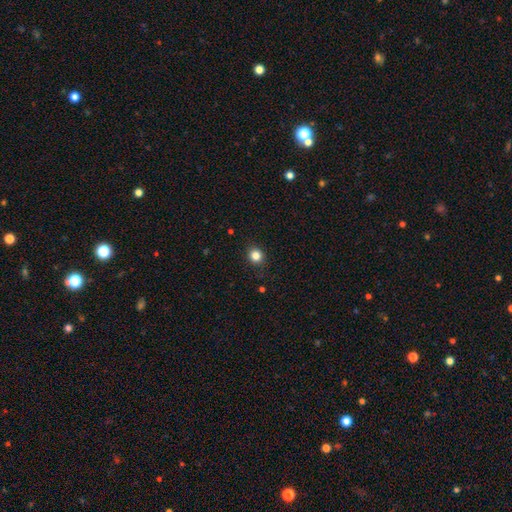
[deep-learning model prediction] Smooth or featured? smooth (83%)
How rounded? round (87%)
Merging? none (91%)